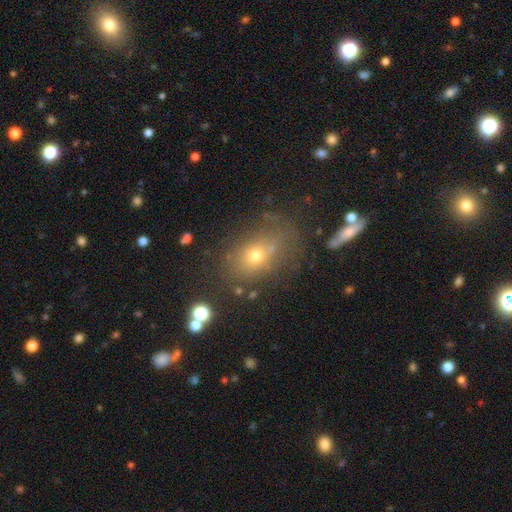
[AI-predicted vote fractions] This is likely a smooth galaxy (61%). How rounded: likely in between (63%). Merging: possibly none (60%).